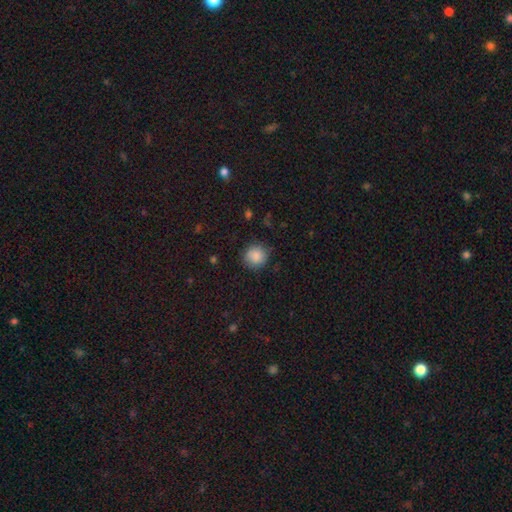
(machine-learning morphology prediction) This appears to be a smooth galaxy with no disk features (87%) that is round (91%). Merging: none (84%).